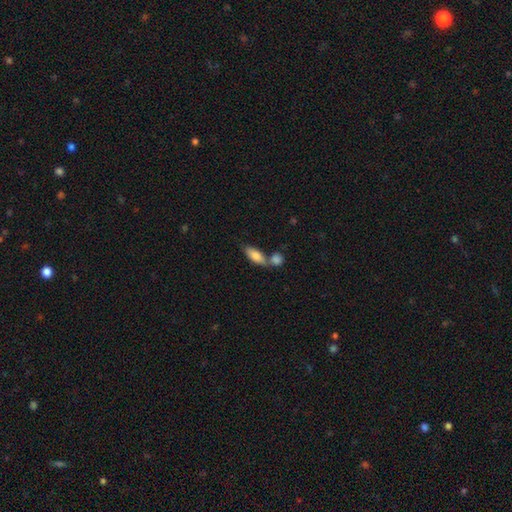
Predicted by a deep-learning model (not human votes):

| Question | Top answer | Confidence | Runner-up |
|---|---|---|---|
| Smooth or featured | smooth | 81% | featured or disk (13%) |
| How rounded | in between | 79% | cigar-shaped (18%) |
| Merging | merger | 43% | none (41%) |